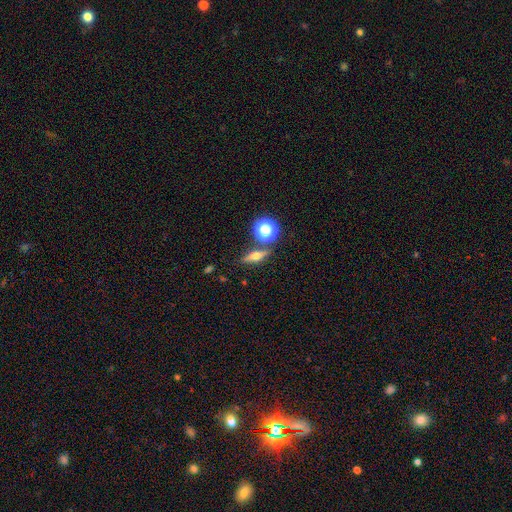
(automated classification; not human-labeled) A featured or disk galaxy (54%) viewed edge-on (91%).

Vote fractions:
- Smooth or featured? featured or disk: 54% / smooth: 32% / star or artifact: 14%
- Edge-on disk? yes: 91% / no: 9%
- Merging? none: 81% / minor disturbance: 9% / merger: 7% / major disturbance: 3%